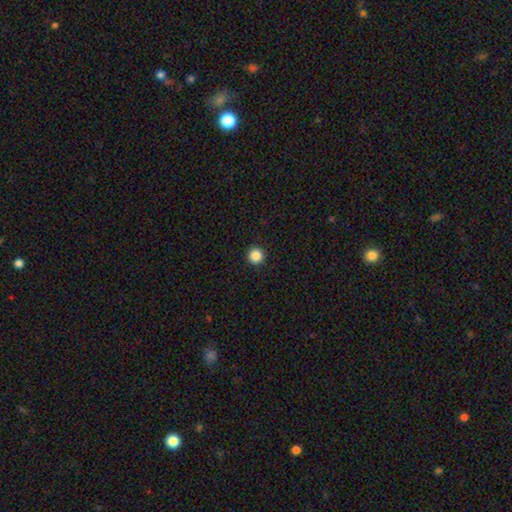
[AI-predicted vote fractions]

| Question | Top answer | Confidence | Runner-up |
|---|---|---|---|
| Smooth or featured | smooth | 87% | star or artifact (10%) |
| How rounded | round | 96% | in between (3%) |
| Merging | none | 94% | minor disturbance (4%) |